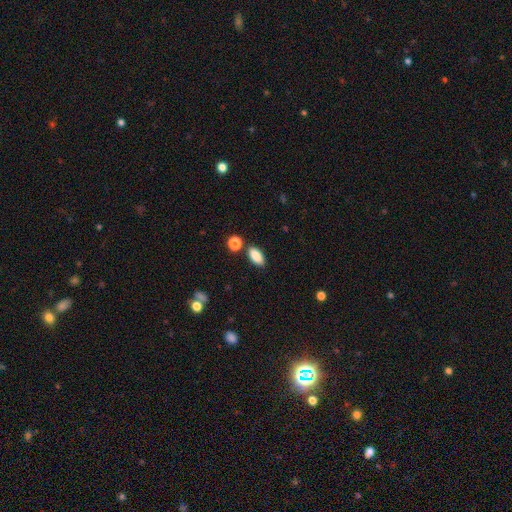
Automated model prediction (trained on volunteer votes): A smooth galaxy with no disk features (87%) that is in between round and cigar-shaped (89%).

Vote fractions:
- Smooth or featured? smooth: 87% / star or artifact: 8% / featured or disk: 5%
- How rounded? in between: 89% / cigar-shaped: 6% / round: 5%
- Merging? none: 80% / minor disturbance: 11% / merger: 7% / major disturbance: 3%